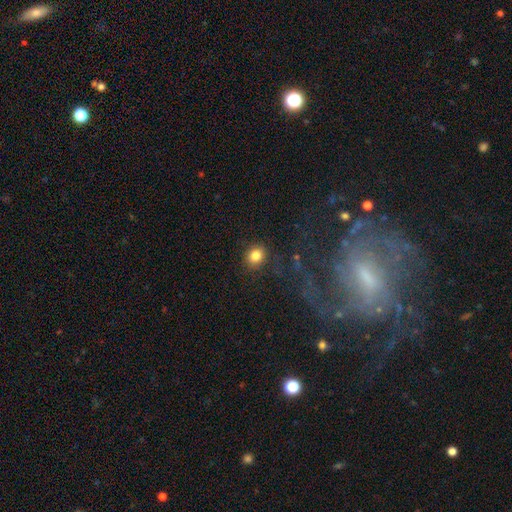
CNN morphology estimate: Overall: smooth (83%). How rounded: round (71%). Merging: none (83%).